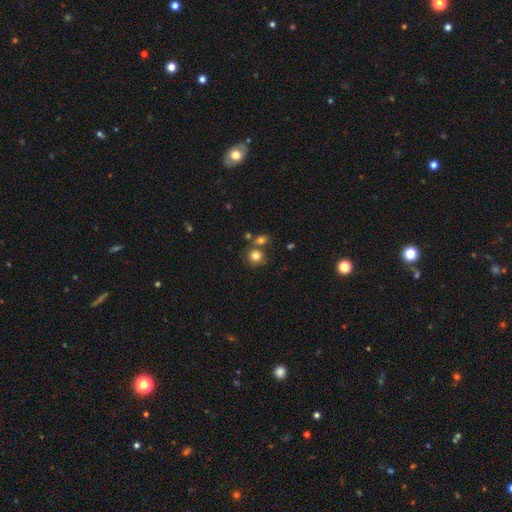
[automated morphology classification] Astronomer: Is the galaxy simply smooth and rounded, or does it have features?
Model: smooth — 81%.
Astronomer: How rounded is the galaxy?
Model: round — 84%.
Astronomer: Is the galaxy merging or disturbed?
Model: none — 65%.